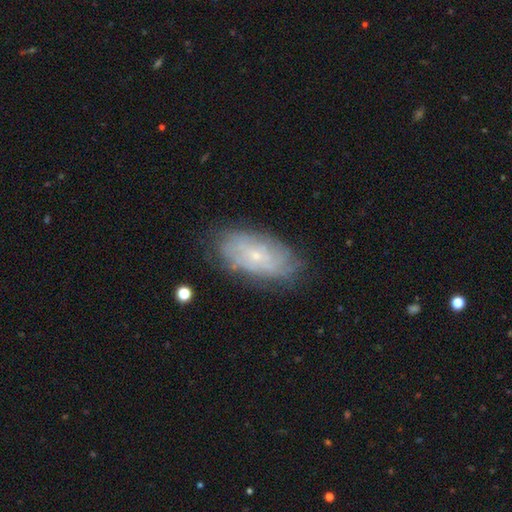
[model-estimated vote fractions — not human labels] Smooth or featured?
  - featured or disk: 58% *
  - smooth: 33%
  - star or artifact: 9%
Edge-on disk?
  - no: 91% *
  - yes: 9%
Bar?
  - no: 79% *
  - weak: 18%
  - strong: 3%
Spiral arms?
  - yes: 71% *
  - no: 29%
Bulge size?
  - small: 81% *
  - moderate: 15%
  - none: 2%
  - large: 1%
  - dominant: 1%
Merging?
  - none: 75% *
  - minor disturbance: 18%
  - major disturbance: 6%
  - merger: 2%